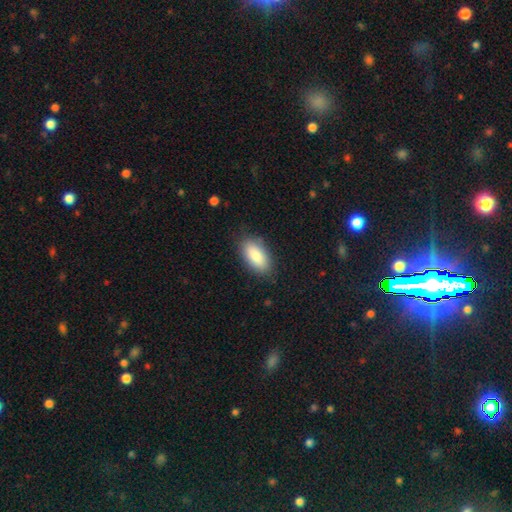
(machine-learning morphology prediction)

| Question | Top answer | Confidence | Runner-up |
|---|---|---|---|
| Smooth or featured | smooth | 86% | featured or disk (8%) |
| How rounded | in between | 91% | cigar-shaped (6%) |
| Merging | none | 83% | minor disturbance (13%) |